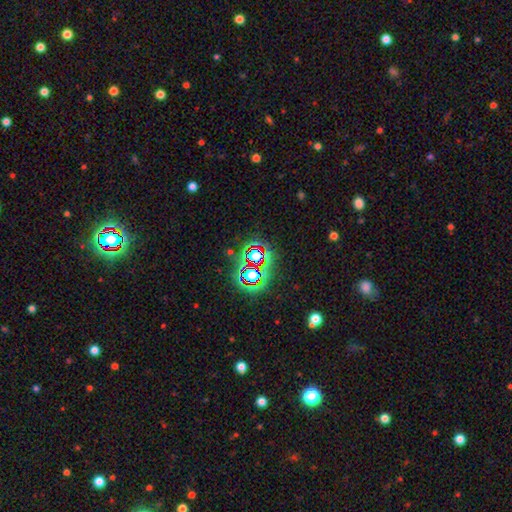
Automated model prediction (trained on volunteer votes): This appears to be a star or artifact, not a galaxy (71%).